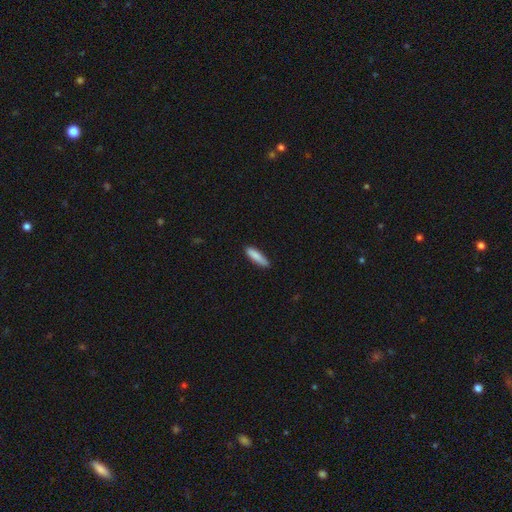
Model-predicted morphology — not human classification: A smooth galaxy with no disk features (85%) that is cigar-shaped (73%). Merging: none (84%).